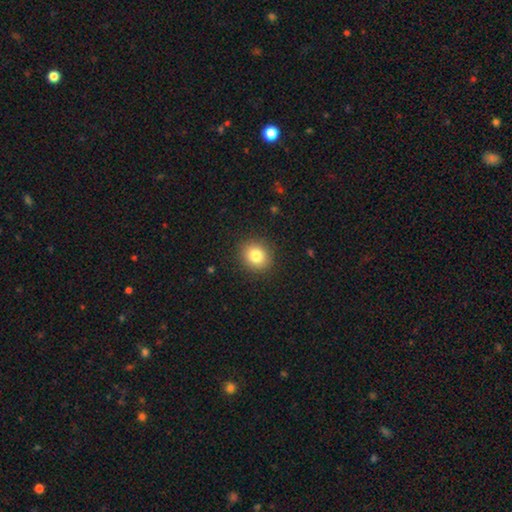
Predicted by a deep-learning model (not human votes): Overall: smooth (82%). How rounded: round (76%). Merging: none (90%).